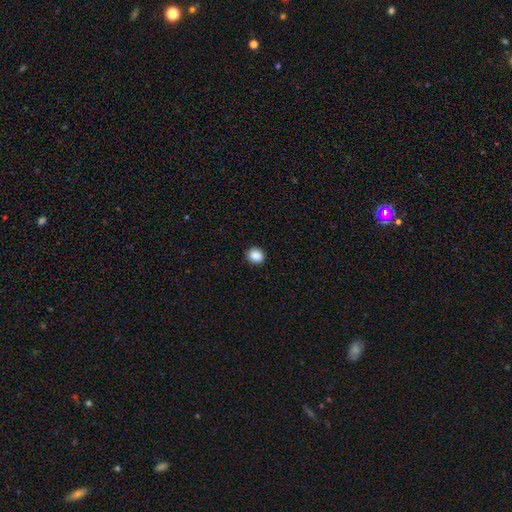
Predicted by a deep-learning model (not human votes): smooth 88%, star or artifact 9%, featured or disk 3%. Down the decision tree: how rounded — round (81%); merging — none (92%).